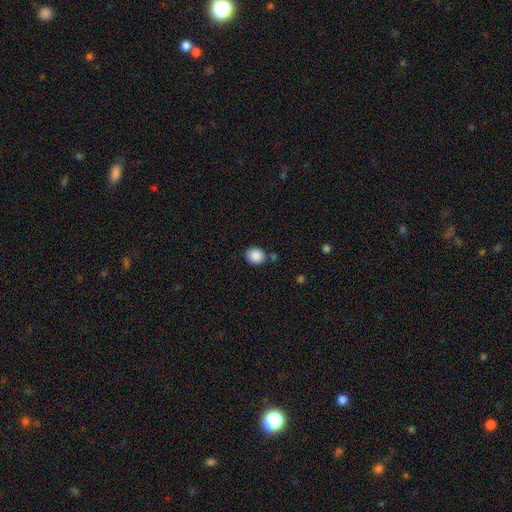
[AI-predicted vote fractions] This appears to be a smooth galaxy with no disk features (88%) that is round (75%). Merging: none (78%).